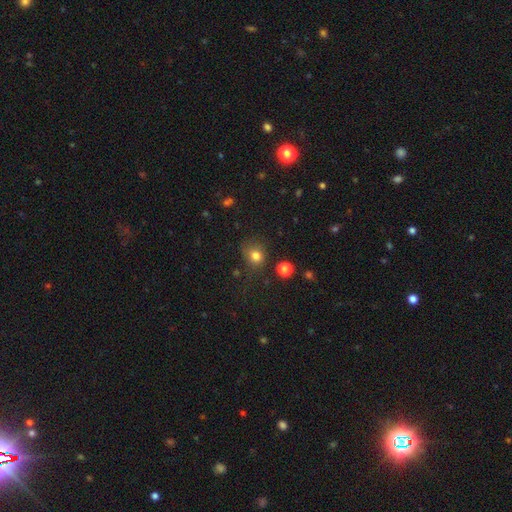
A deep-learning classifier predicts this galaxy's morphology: A smooth galaxy with no disk features (78%) that is round (73%). Merging: none (66%).